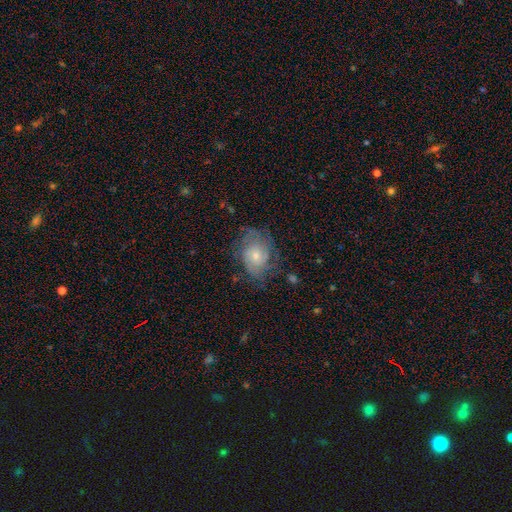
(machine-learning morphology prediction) featured or disk 64%, smooth 28%, star or artifact 8%. Down the decision tree: edge-on disk — no (97%); bar — no (77%); spiral arms — yes (84%); spiral arm count — can't tell (43%); spiral winding — tight (52%); bulge size — small (53%); merging — none (62%).